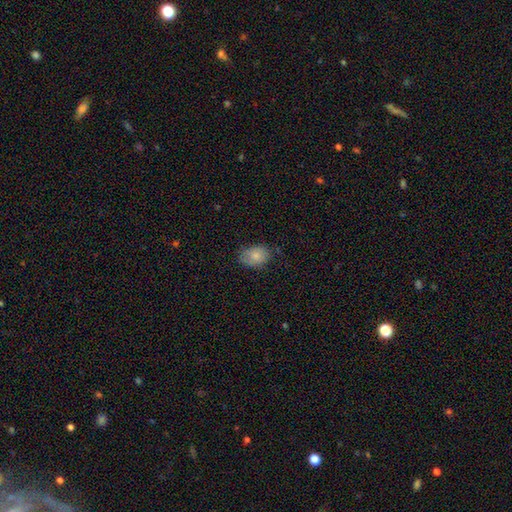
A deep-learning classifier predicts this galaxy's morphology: Smooth or featured? smooth (81%)
How rounded? in between (75%)
Merging? none (69%)